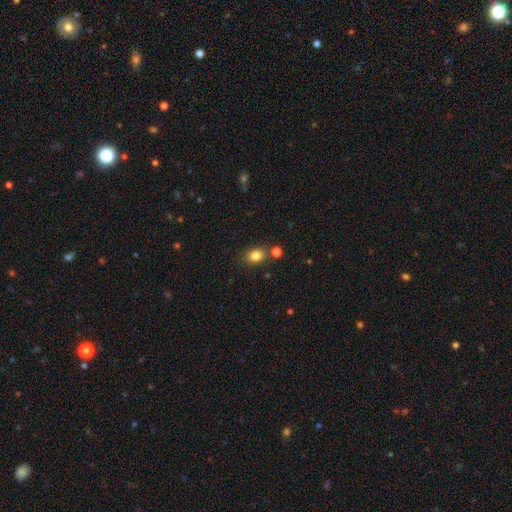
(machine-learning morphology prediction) This is clearly a smooth galaxy (82%). How rounded: possibly in between (60%). Merging: likely none (74%).